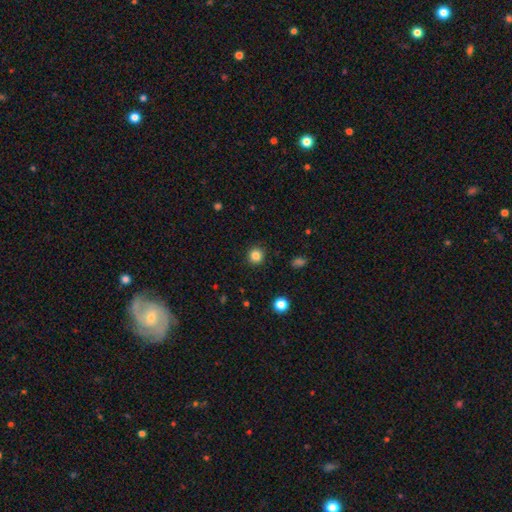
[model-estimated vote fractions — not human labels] This is clearly a smooth galaxy (84%). How rounded: clearly round (94%). Merging: clearly none (92%).